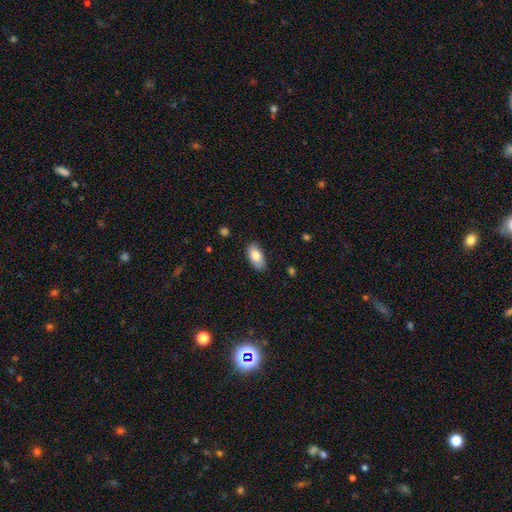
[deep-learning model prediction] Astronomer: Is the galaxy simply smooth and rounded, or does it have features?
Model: smooth — 82%.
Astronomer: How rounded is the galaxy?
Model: in between — 94%.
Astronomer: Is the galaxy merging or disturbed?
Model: none — 83%.